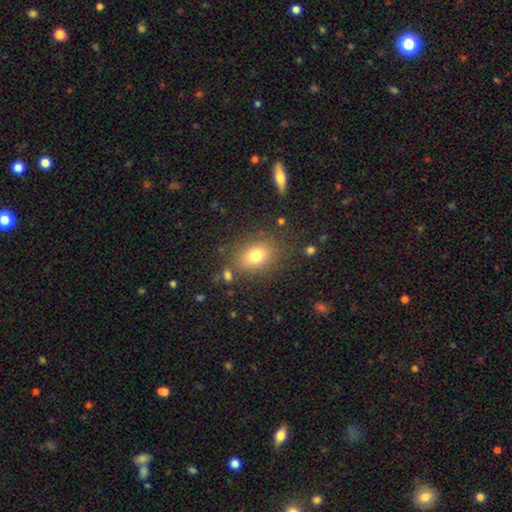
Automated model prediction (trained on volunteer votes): The model was most divided on "how rounded": in between: 66%, round: 32%, cigar-shaped: 1%. More confident: merging — none (79%); smooth or featured — smooth (77%).